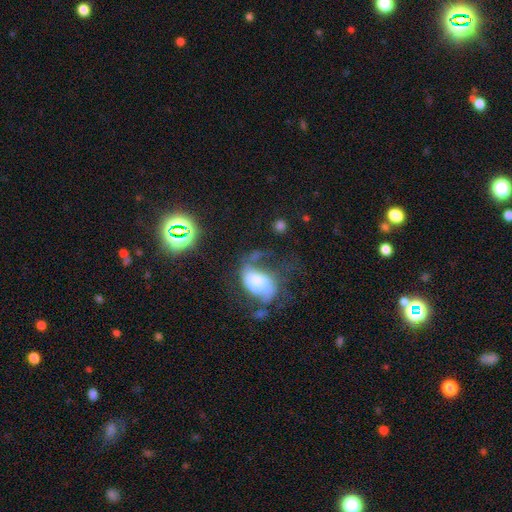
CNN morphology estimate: A featured or disk galaxy (60%) with no bar (48%), spiral arms (80%) and a moderate central bulge (37%).

Vote fractions:
- Smooth or featured? featured or disk: 60% / smooth: 24% / star or artifact: 16%
- Edge-on disk? no: 96% / yes: 4%
- Bar? no: 48% / weak: 36% / strong: 16%
- Spiral arms? yes: 80% / no: 20%
- Bulge size? moderate: 37% / small: 28% / large: 18% / none: 12% / dominant: 5%
- Merging? major disturbance: 38% / none: 33% / minor disturbance: 21% / merger: 8%